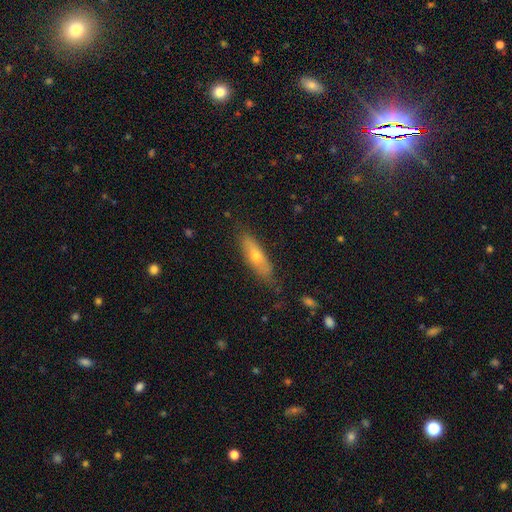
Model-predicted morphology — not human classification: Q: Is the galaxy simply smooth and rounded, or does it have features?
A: smooth — 54%.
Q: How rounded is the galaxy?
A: cigar-shaped — 59%.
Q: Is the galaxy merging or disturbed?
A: none — 78%.